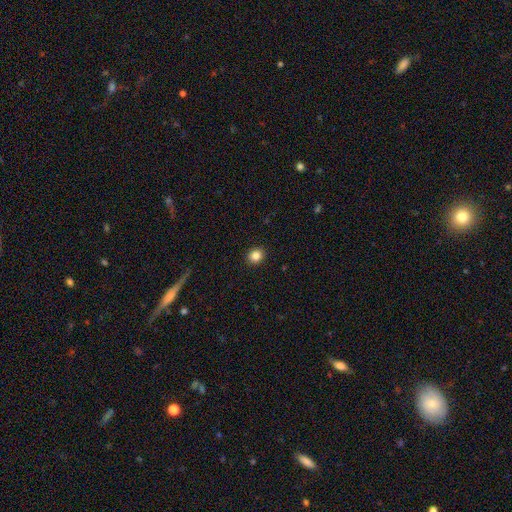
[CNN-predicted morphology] A smooth galaxy with no disk features (85%) that is round (77%).

Vote fractions:
- Smooth or featured? smooth: 85% / star or artifact: 11% / featured or disk: 5%
- How rounded? round: 77% / in between: 22% / cigar-shaped: 1%
- Merging? none: 92% / minor disturbance: 5% / major disturbance: 2% / merger: 1%